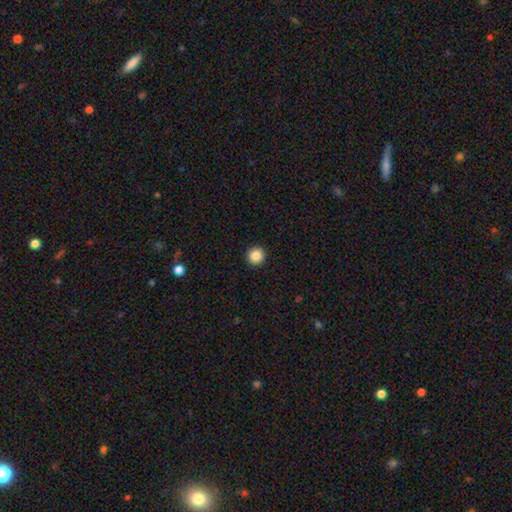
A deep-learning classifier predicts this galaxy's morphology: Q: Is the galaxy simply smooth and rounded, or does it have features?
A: smooth — 86%.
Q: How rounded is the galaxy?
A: round — 96%.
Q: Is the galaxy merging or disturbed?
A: none — 94%.